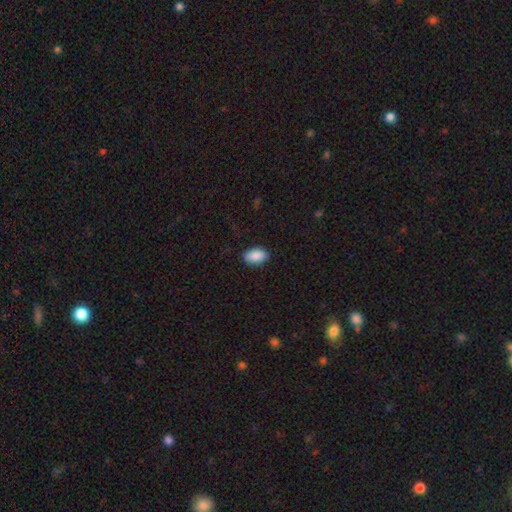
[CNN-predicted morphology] Smooth or featured? Predicted: smooth (p=0.90). How rounded? Predicted: in between (p=0.94). Merging? Predicted: none (p=0.87).